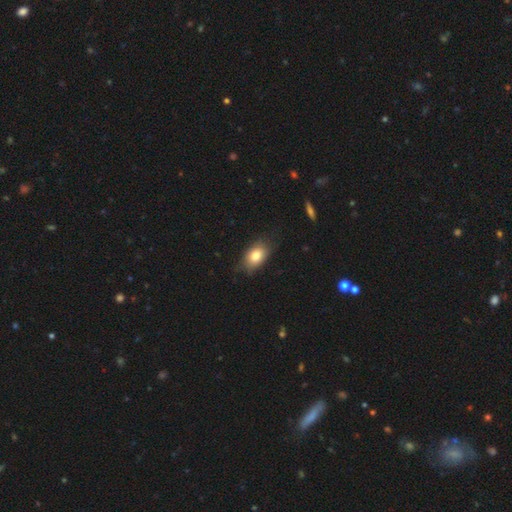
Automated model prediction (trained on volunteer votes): A smooth galaxy with no disk features (80%) that is in between round and cigar-shaped (85%).

Vote fractions:
- Smooth or featured? smooth: 80% / featured or disk: 12% / star or artifact: 8%
- How rounded? in between: 85% / round: 13% / cigar-shaped: 2%
- Merging? none: 75% / minor disturbance: 20% / major disturbance: 4% / merger: 1%